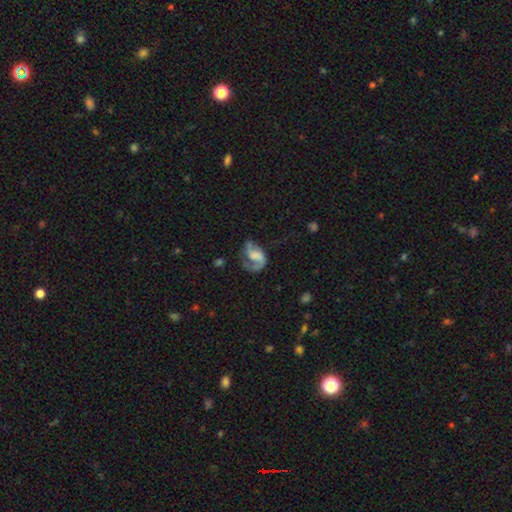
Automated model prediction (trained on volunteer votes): Smooth or featured? Predicted: featured or disk (p=0.78). Edge-on disk? Predicted: no (p=0.98). Bar? Predicted: no (p=0.49). Spiral arms? Predicted: yes (p=0.93). Spiral winding? Predicted: medium (p=0.44). Spiral arm count? Predicted: 2 (p=0.68). Bulge size? Predicted: none (p=0.41). Merging? Predicted: none (p=0.46).